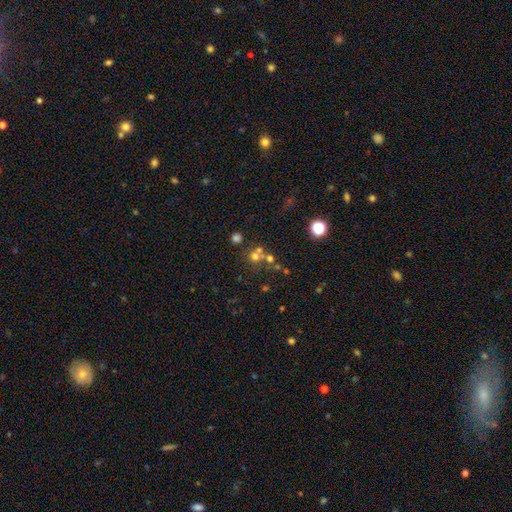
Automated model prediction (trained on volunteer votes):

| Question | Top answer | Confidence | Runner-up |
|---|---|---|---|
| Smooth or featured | smooth | 56% | star or artifact (26%) |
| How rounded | round | 87% | in between (12%) |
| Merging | none | 51% | merger (37%) |